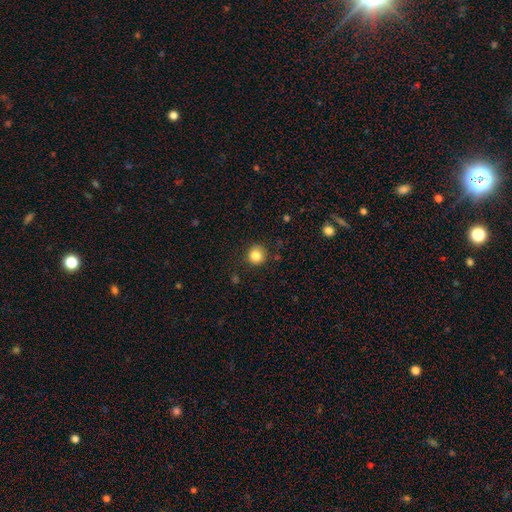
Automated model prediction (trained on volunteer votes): Smooth or featured?
  - smooth: 84% *
  - star or artifact: 11%
  - featured or disk: 6%
How rounded?
  - round: 91% *
  - in between: 8%
  - cigar-shaped: 1%
Merging?
  - none: 85% *
  - minor disturbance: 10%
  - major disturbance: 3%
  - merger: 2%